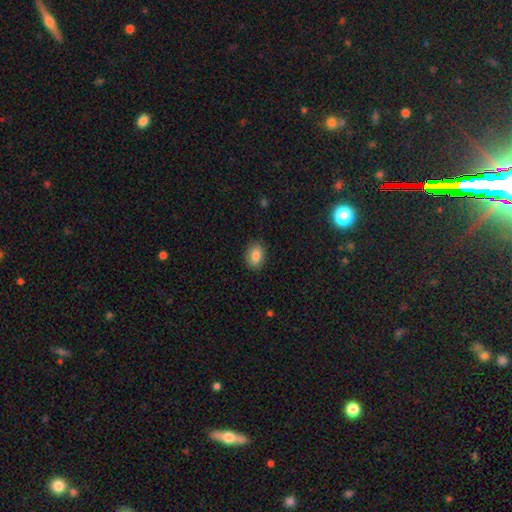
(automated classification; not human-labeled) Smooth or featured?
  - smooth: 85% *
  - star or artifact: 8%
  - featured or disk: 7%
How rounded?
  - in between: 78% *
  - round: 21%
  - cigar-shaped: 1%
Merging?
  - none: 86% *
  - minor disturbance: 11%
  - major disturbance: 2%
  - merger: 1%